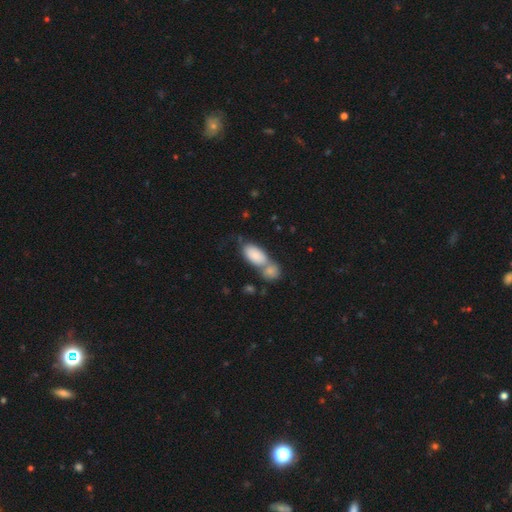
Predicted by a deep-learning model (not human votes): smooth-or-featured: smooth: 84% | featured or disk: 10% | star or artifact: 6%
  how-rounded: in between: 92% | cigar-shaped: 4% | round: 4%
  merging: merger: 56% | none: 30% | minor disturbance: 10% | major disturbance: 4%